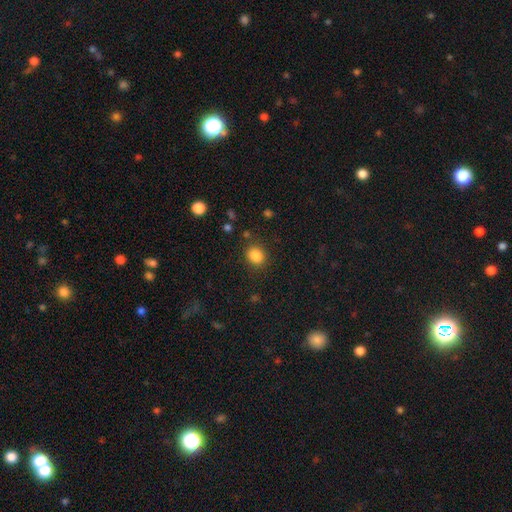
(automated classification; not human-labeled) smooth-or-featured: smooth: 85% | star or artifact: 11% | featured or disk: 4%
  how-rounded: round: 67% | in between: 32% | cigar-shaped: 1%
  merging: none: 84% | minor disturbance: 10% | major disturbance: 4% | merger: 2%